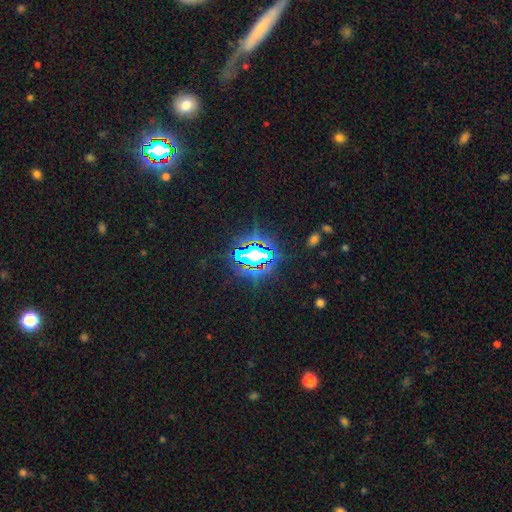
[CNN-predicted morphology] Smooth or featured? Predicted: star or artifact (p=0.80).